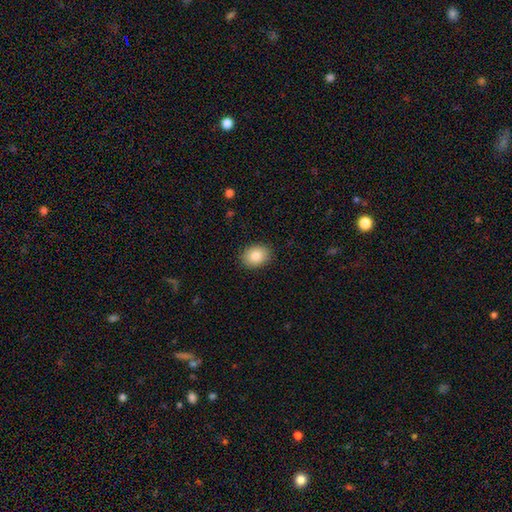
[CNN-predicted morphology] The model was most divided on "how rounded": in between: 61%, round: 38%, cigar-shaped: 1%. More confident: merging — none (89%); smooth or featured — smooth (85%).